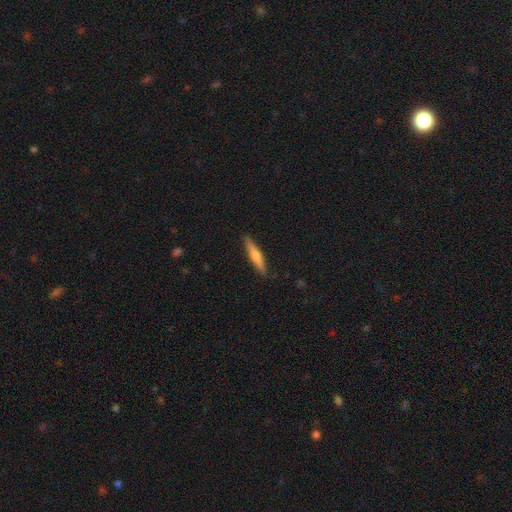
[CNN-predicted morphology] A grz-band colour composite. It shows a smooth galaxy with no disk features (58%) that is cigar-shaped (89%). Merging: none (89%).